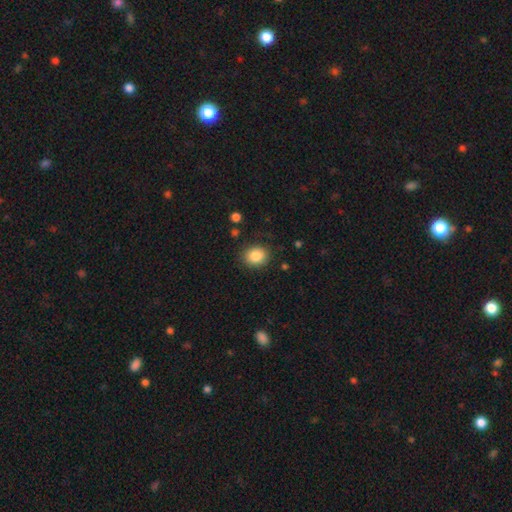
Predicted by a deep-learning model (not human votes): Morphology: type=smooth (85%); roundness=round (64%); merging=none (85%).